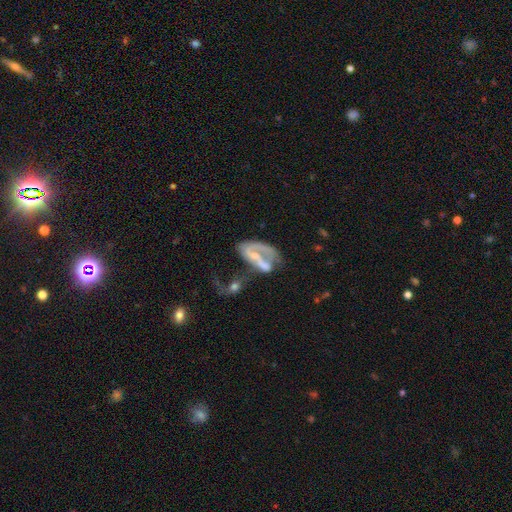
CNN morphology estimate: smooth-or-featured: featured or disk: 69% | smooth: 22% | star or artifact: 8%
  disk-edge-on: no: 95% | yes: 5%
    bar: no: 47% | weak: 33% | strong: 21%
    has-spiral-arms: yes: 60% | no: 40%
    bulge-size: small: 45% | moderate: 27% | none: 23% | large: 3% | dominant: 1%
  merging: merger: 41% | major disturbance: 30% | none: 17% | minor disturbance: 12%